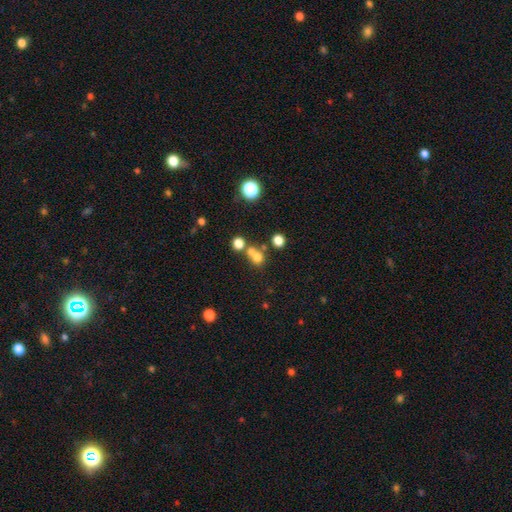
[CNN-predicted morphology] Smooth or featured?
  - smooth: 69% *
  - star or artifact: 19%
  - featured or disk: 12%
How rounded?
  - round: 81% *
  - in between: 18%
  - cigar-shaped: 1%
Merging?
  - none: 45% *
  - merger: 44%
  - minor disturbance: 7%
  - major disturbance: 4%